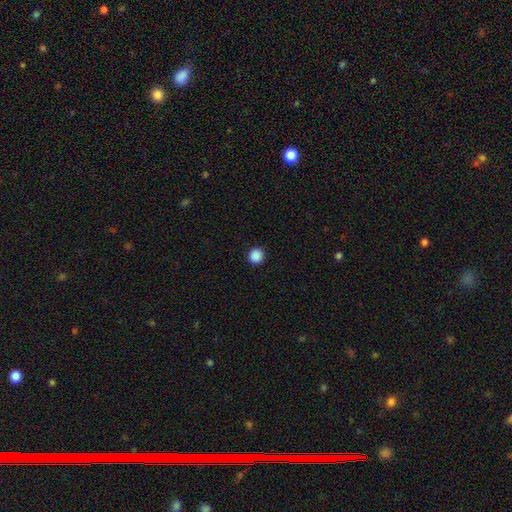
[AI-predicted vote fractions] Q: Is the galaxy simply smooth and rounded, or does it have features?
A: smooth — 89%.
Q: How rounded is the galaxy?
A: round — 94%.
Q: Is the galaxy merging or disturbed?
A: none — 93%.